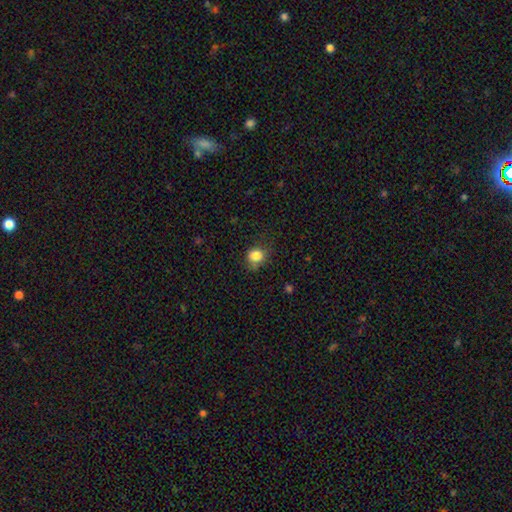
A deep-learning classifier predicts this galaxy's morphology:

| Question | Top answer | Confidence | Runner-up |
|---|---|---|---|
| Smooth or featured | smooth | 84% | star or artifact (11%) |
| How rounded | round | 70% | in between (29%) |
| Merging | none | 68% | minor disturbance (24%) |